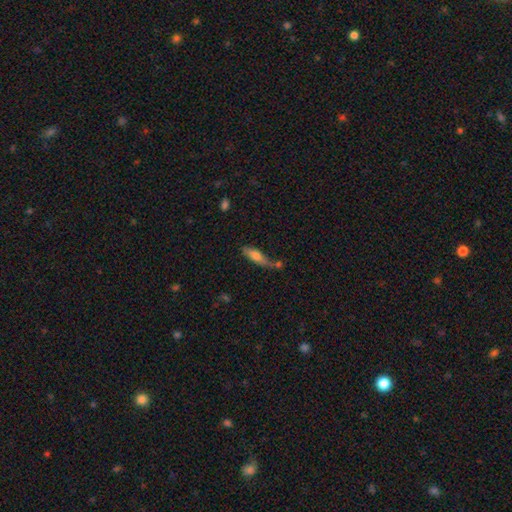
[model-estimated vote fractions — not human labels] Smooth or featured?
  - smooth: 64% *
  - featured or disk: 29%
  - star or artifact: 7%
How rounded?
  - cigar-shaped: 60% *
  - in between: 37%
  - round: 3%
Merging?
  - none: 44% *
  - minor disturbance: 23%
  - merger: 22%
  - major disturbance: 11%